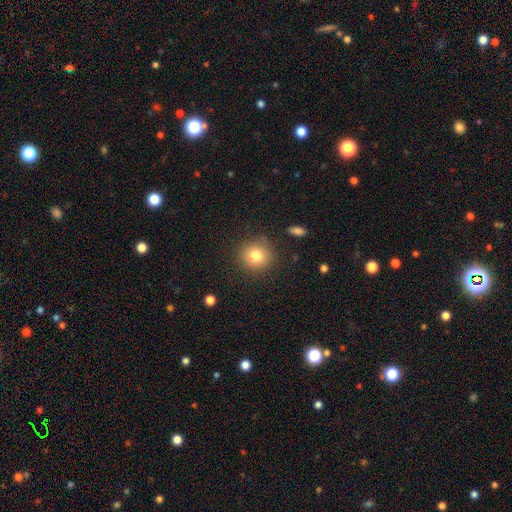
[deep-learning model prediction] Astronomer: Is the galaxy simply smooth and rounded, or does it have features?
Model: smooth — 79%.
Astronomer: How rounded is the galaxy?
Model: round — 89%.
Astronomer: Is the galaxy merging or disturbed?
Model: none — 85%.